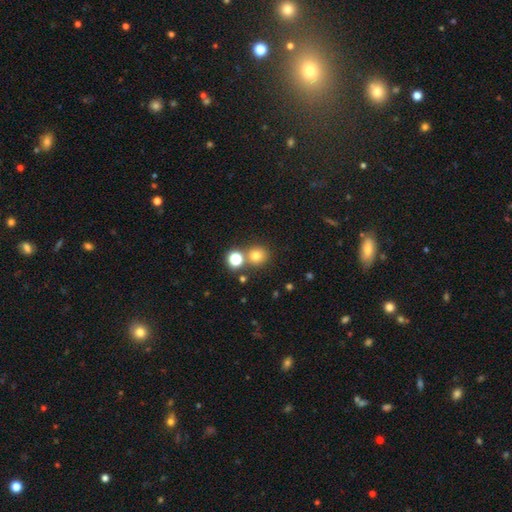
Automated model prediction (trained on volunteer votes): A smooth galaxy with no disk features (74%) that is round (88%).

Vote fractions:
- Smooth or featured? smooth: 74% / star or artifact: 18% / featured or disk: 8%
- How rounded? round: 88% / in between: 11% / cigar-shaped: 1%
- Merging? none: 71% / merger: 18% / minor disturbance: 8% / major disturbance: 3%